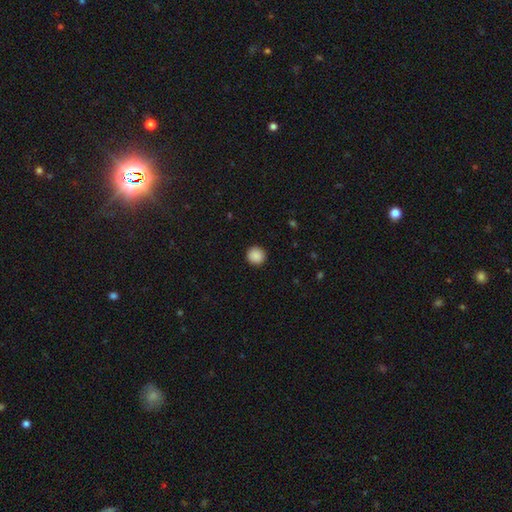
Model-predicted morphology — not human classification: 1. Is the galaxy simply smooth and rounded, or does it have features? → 89% smooth, 8% star or artifact, 2% featured or disk.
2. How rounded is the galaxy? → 94% round, 5% in between, 1% cigar-shaped.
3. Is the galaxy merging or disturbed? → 93% none, 5% minor disturbance, 2% major disturbance, 1% merger.